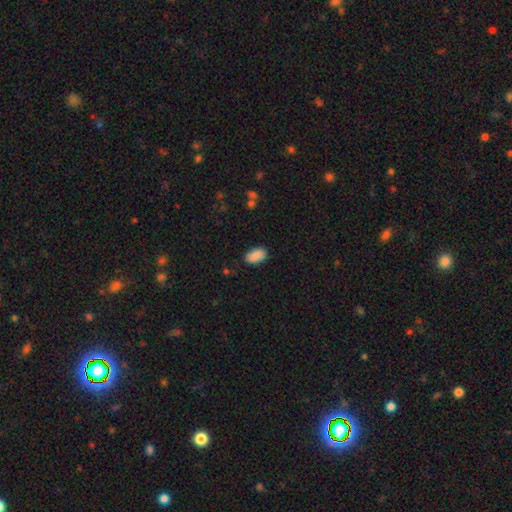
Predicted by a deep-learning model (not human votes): A smooth galaxy with no disk features (89%) that is in between round and cigar-shaped (93%).

Vote fractions:
- Smooth or featured? smooth: 89% / star or artifact: 7% / featured or disk: 4%
- How rounded? in between: 93% / round: 5% / cigar-shaped: 2%
- Merging? none: 85% / minor disturbance: 11% / major disturbance: 2% / merger: 1%